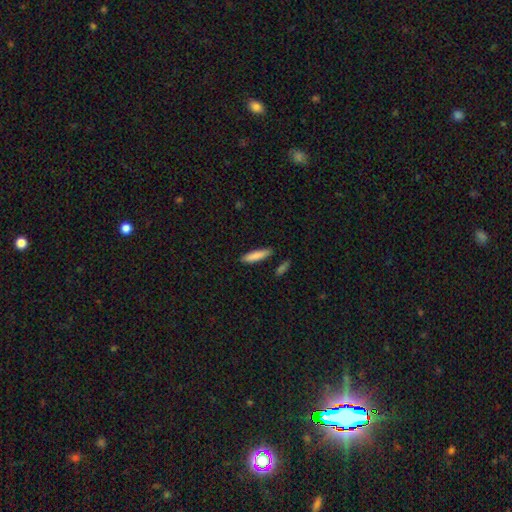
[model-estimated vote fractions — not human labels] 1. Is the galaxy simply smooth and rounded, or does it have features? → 86% smooth, 8% featured or disk, 6% star or artifact.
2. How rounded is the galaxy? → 76% cigar-shaped, 23% in between, 1% round.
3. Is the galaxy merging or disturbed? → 85% none, 10% minor disturbance, 3% merger, 2% major disturbance.